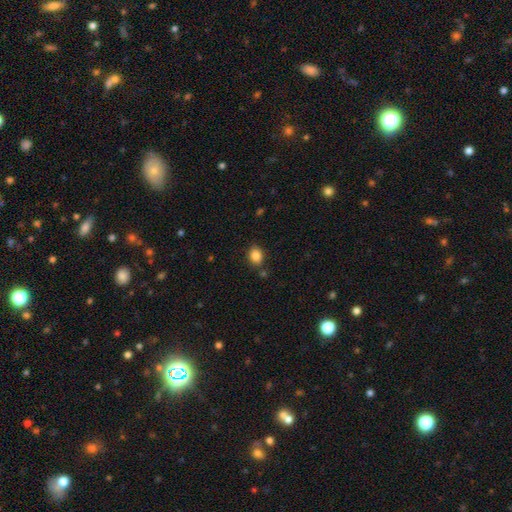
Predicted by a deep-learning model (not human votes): Smooth or featured: smooth — 86% (star or artifact — 10%)
How rounded: round — 51% (in between — 48%)
Merging: none — 81% (minor disturbance — 11%)